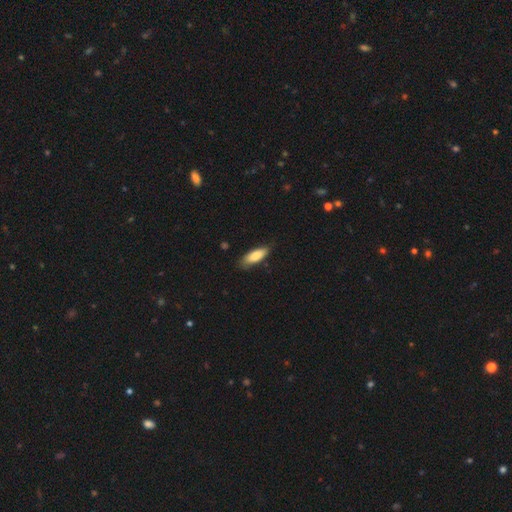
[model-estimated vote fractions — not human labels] A smooth galaxy with no disk features (84%) that is in between round and cigar-shaped (68%).

Vote fractions:
- Smooth or featured? smooth: 84% / featured or disk: 10% / star or artifact: 6%
- How rounded? in between: 68% / cigar-shaped: 30% / round: 2%
- Merging? none: 77% / minor disturbance: 18% / major disturbance: 3% / merger: 1%